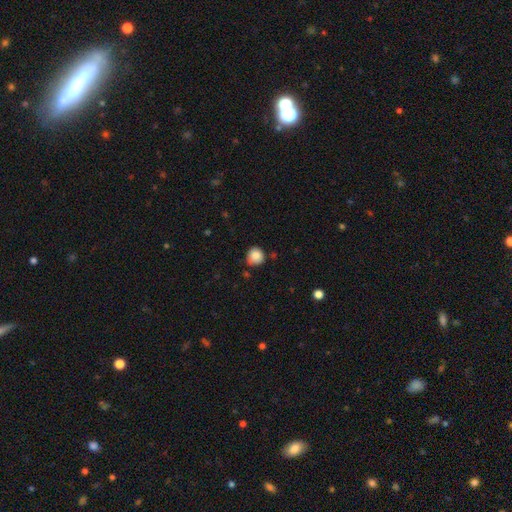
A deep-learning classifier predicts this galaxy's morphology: The model was most divided on "merging": none: 77%, minor disturbance: 17%, merger: 3%, major disturbance: 3%. More confident: how rounded — round (90%); smooth or featured — smooth (84%).